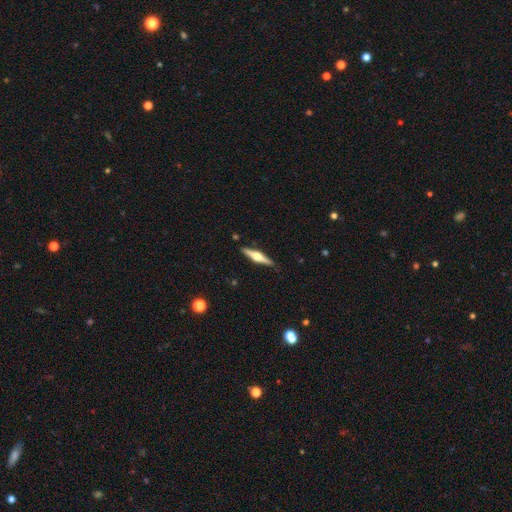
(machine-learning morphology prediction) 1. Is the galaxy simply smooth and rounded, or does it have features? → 72% featured or disk, 22% smooth, 5% star or artifact.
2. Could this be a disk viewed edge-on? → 98% yes, 2% no.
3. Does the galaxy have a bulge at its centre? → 93% rounded, 5% boxy, 2% none.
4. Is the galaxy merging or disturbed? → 90% none, 7% minor disturbance, 1% major disturbance, 1% merger.